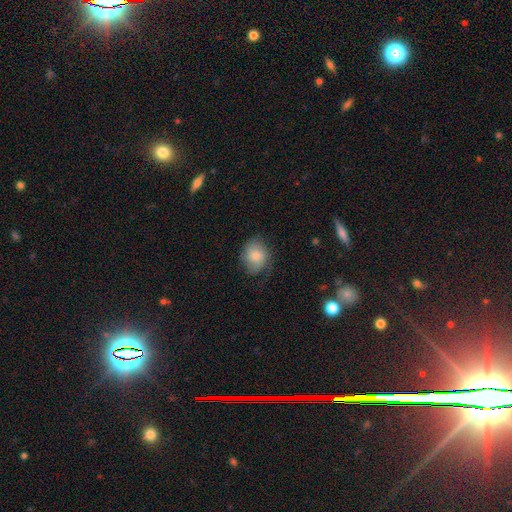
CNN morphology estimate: This appears to be a smooth galaxy with no disk features (69%) that is round (55%). Merging: none (64%).